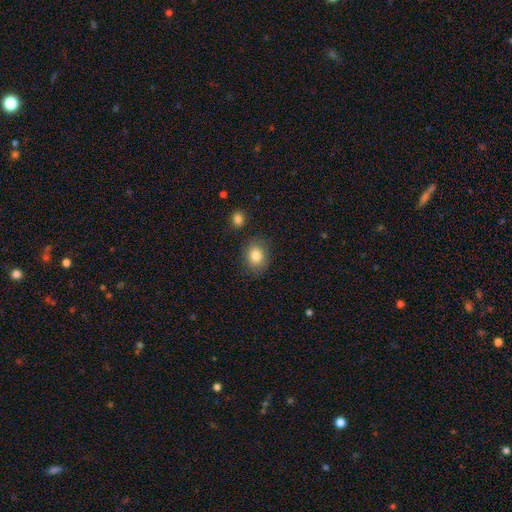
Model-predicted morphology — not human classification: This is clearly a smooth galaxy (83%). How rounded: possibly round (55%). Merging: clearly none (83%).